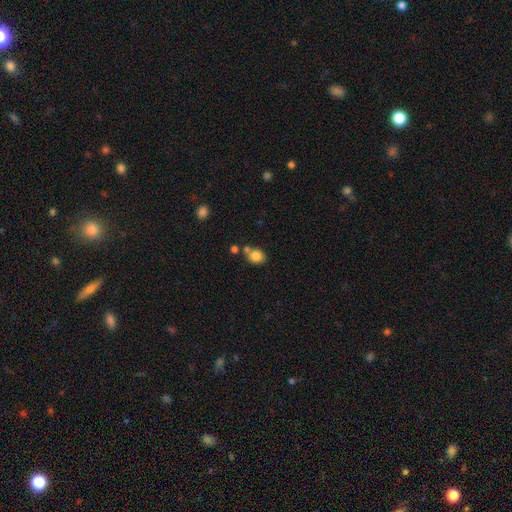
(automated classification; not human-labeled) This appears to be a smooth galaxy with no disk features (82%) that is round (53%). Merging: none (59%).